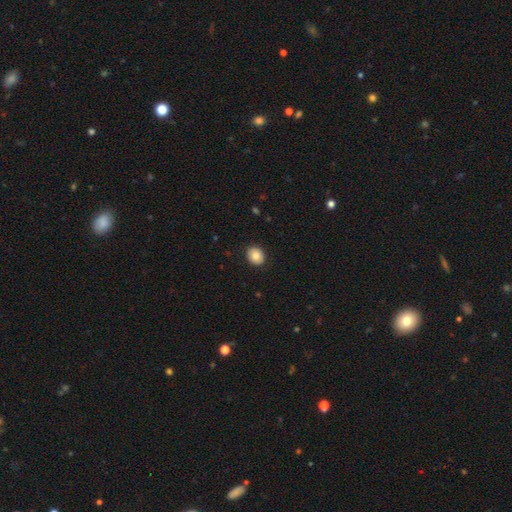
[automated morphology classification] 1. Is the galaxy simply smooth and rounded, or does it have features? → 78% smooth, 14% featured or disk, 8% star or artifact.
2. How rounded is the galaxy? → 67% round, 33% in between, 1% cigar-shaped.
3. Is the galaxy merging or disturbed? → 89% none, 8% minor disturbance, 2% major disturbance, 1% merger.